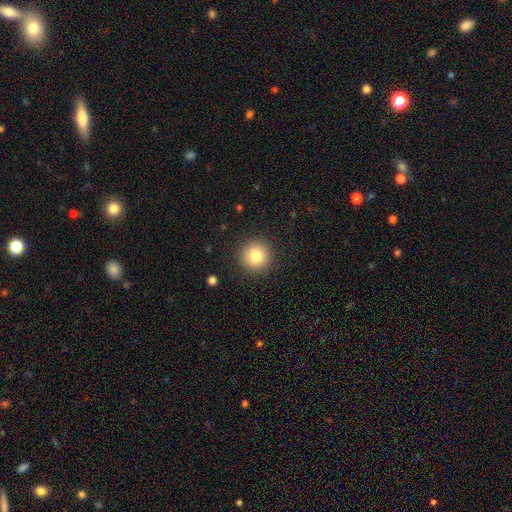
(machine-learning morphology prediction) Q: Smooth or featured?
A: smooth (81%); runner-up: star or artifact (10%)
Q: How rounded?
A: round (95%); runner-up: in between (4%)
Q: Merging?
A: none (91%); runner-up: minor disturbance (6%)